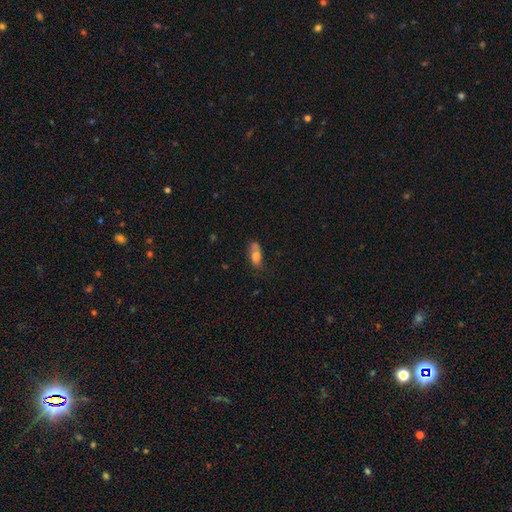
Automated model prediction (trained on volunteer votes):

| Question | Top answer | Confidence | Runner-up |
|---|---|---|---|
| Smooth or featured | smooth | 74% | featured or disk (18%) |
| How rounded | in between | 82% | cigar-shaped (12%) |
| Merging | none | 46% | minor disturbance (26%) |